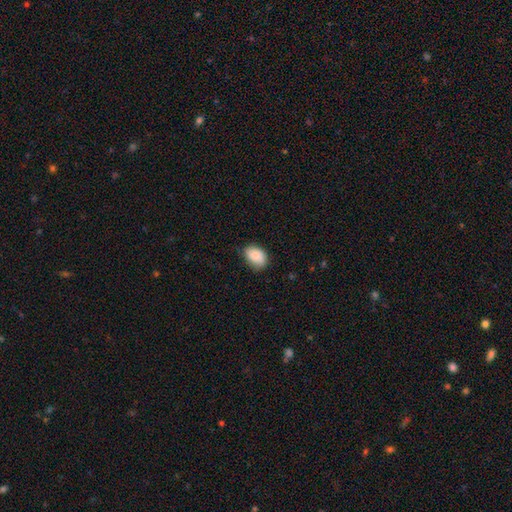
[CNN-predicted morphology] Q: Smooth or featured?
A: smooth (85%); runner-up: featured or disk (8%)
Q: How rounded?
A: in between (83%); runner-up: round (16%)
Q: Merging?
A: none (68%); runner-up: minor disturbance (26%)